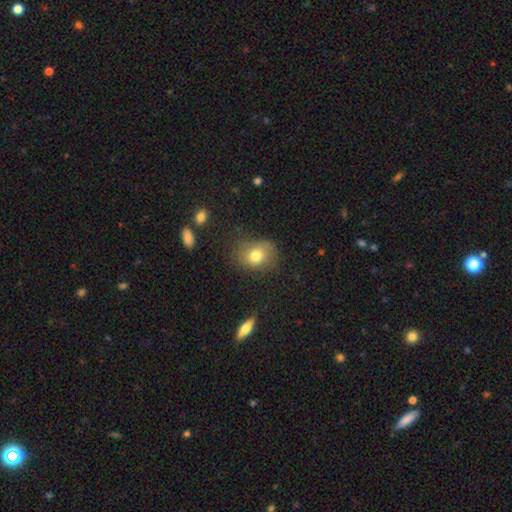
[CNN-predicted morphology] Smooth or featured?
  - smooth: 75% *
  - featured or disk: 14%
  - star or artifact: 10%
How rounded?
  - in between: 55% *
  - round: 44%
  - cigar-shaped: 1%
Merging?
  - none: 62% *
  - minor disturbance: 24%
  - major disturbance: 11%
  - merger: 2%